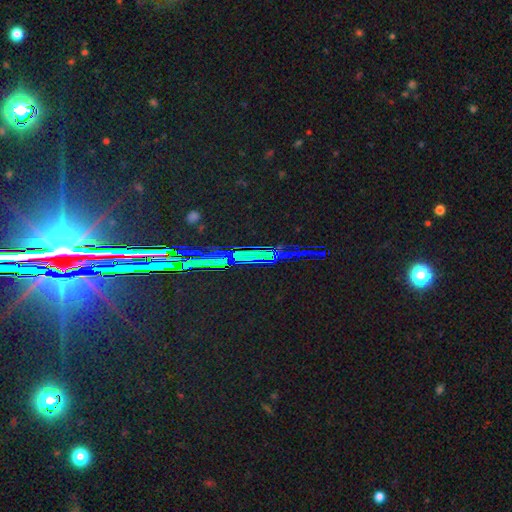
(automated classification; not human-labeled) Smooth or featured? star or artifact (82%)